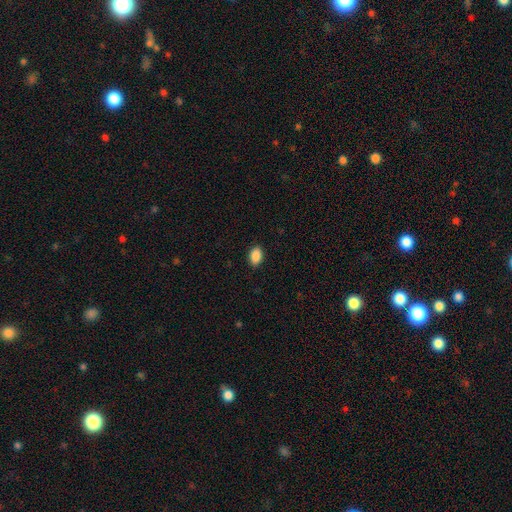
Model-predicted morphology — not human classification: type=smooth (89%); roundness=in between (87%); merging=none (89%).